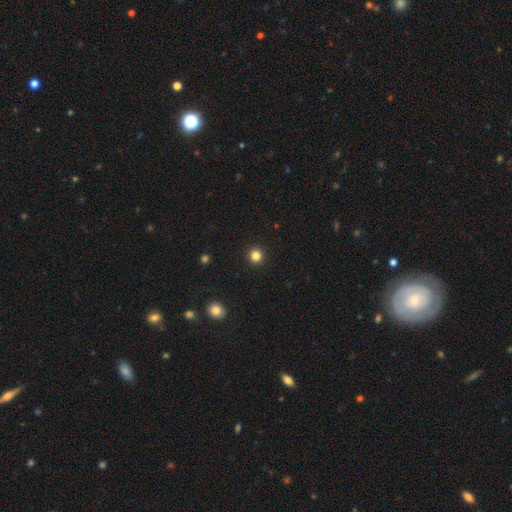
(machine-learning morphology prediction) Smooth or featured: smooth — 83% (star or artifact — 13%)
How rounded: round — 96% (in between — 4%)
Merging: none — 94% (minor disturbance — 4%)